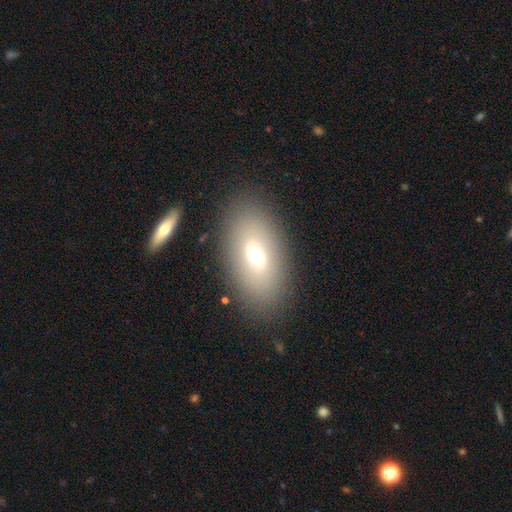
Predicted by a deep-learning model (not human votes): The model was most divided on "smooth or featured": smooth: 62%, featured or disk: 27%, star or artifact: 11%. More confident: how rounded — in between (90%); merging — none (84%).